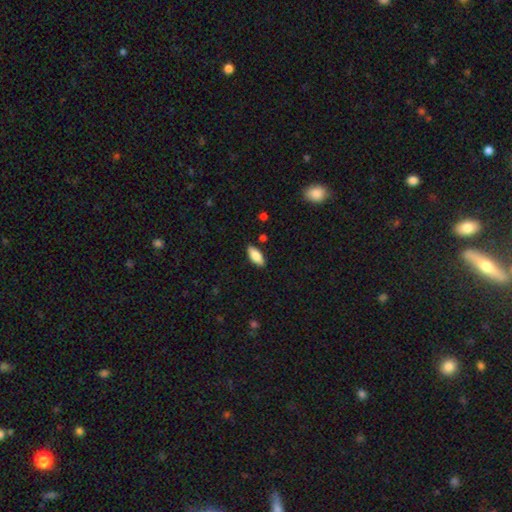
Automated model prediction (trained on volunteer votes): A smooth galaxy with no disk features (78%) that is in between round and cigar-shaped (78%).

Vote fractions:
- Smooth or featured? smooth: 78% / featured or disk: 16% / star or artifact: 6%
- How rounded? in between: 78% / cigar-shaped: 20% / round: 2%
- Merging? none: 88% / minor disturbance: 9% / major disturbance: 2% / merger: 1%